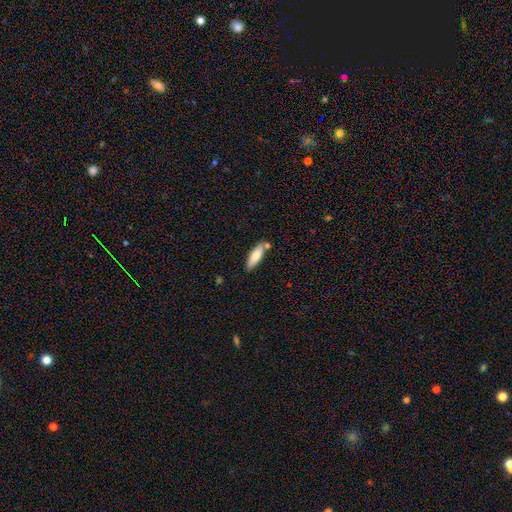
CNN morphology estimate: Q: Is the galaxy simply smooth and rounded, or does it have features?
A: smooth — 76%.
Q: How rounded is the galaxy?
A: cigar-shaped — 52%.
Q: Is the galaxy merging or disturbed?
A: none — 77%.